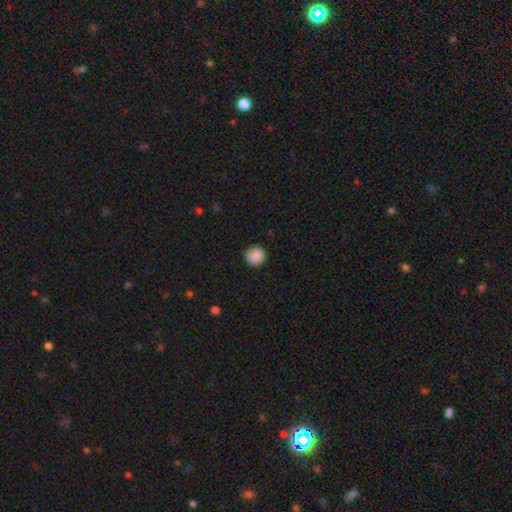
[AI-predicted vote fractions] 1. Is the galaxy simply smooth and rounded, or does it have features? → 89% smooth, 9% star or artifact, 3% featured or disk.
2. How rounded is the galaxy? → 92% round, 7% in between, 1% cigar-shaped.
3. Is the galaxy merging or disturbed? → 88% none, 9% minor disturbance, 2% major disturbance, 1% merger.